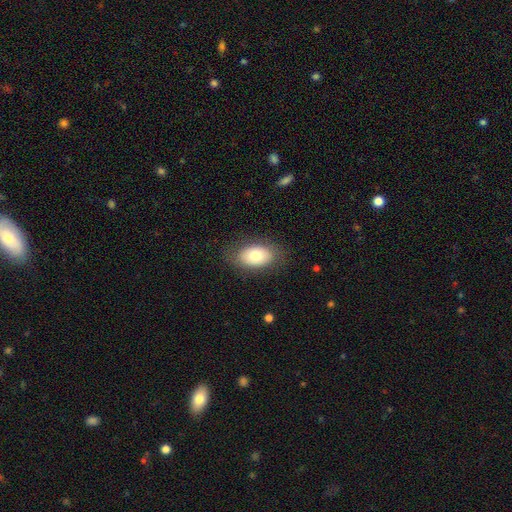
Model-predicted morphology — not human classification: A smooth galaxy with no disk features (75%) that is in between round and cigar-shaped (89%). Merging: none (81%).